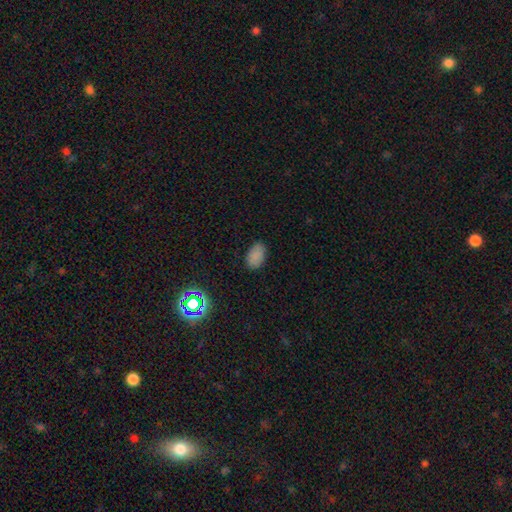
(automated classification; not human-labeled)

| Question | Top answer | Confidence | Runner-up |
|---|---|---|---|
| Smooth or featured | smooth | 83% | star or artifact (12%) |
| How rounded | in between | 90% | round (9%) |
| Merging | none | 83% | minor disturbance (13%) |